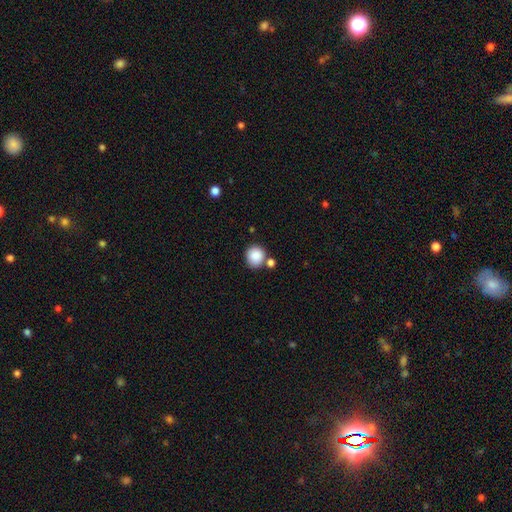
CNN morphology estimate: Smooth or featured? smooth (88%)
How rounded? round (85%)
Merging? none (69%)